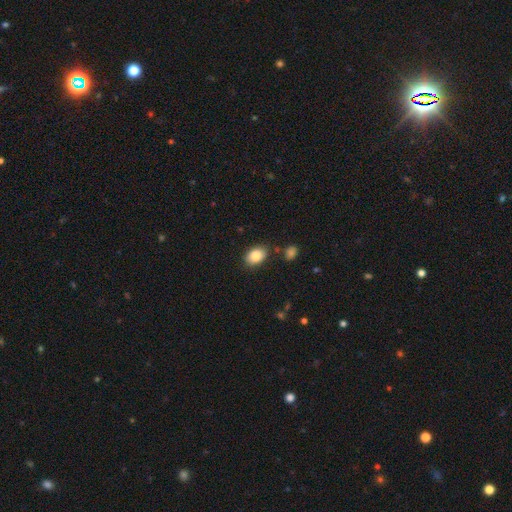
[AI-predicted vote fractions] Q: Smooth or featured?
A: smooth (86%); runner-up: star or artifact (8%)
Q: How rounded?
A: in between (82%); runner-up: round (17%)
Q: Merging?
A: none (82%); runner-up: minor disturbance (12%)